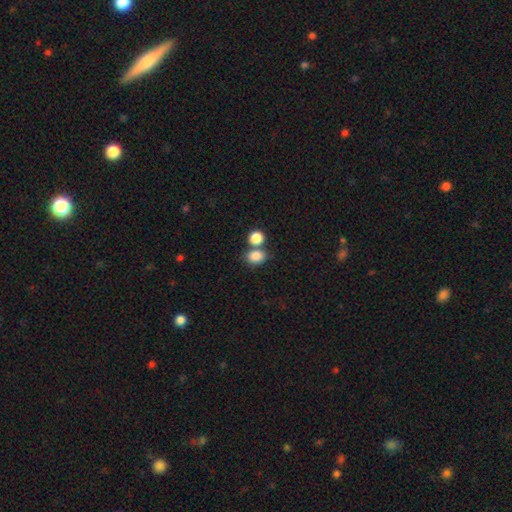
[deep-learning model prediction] smooth_or_featured: smooth (p=0.85) [alt: star or artifact p=0.10]
how_rounded: round (p=0.51) [alt: in between p=0.48]
merging: none (p=0.52) [alt: merger p=0.36]